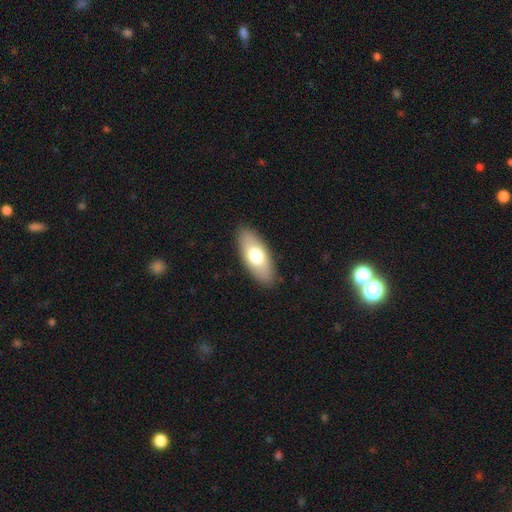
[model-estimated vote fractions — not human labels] A smooth galaxy with no disk features (70%) that is in between round and cigar-shaped (85%).

Vote fractions:
- Smooth or featured? smooth: 70% / featured or disk: 24% / star or artifact: 6%
- How rounded? in between: 85% / cigar-shaped: 13% / round: 2%
- Merging? none: 87% / minor disturbance: 9% / major disturbance: 2% / merger: 1%